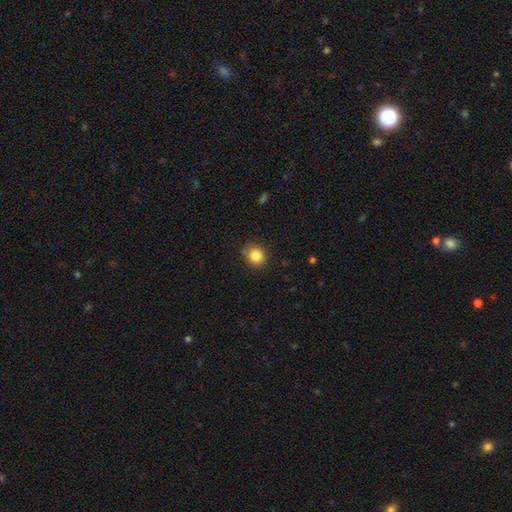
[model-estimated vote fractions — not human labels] Smooth or featured? Predicted: smooth (p=0.85). How rounded? Predicted: round (p=0.75). Merging? Predicted: none (p=0.84).